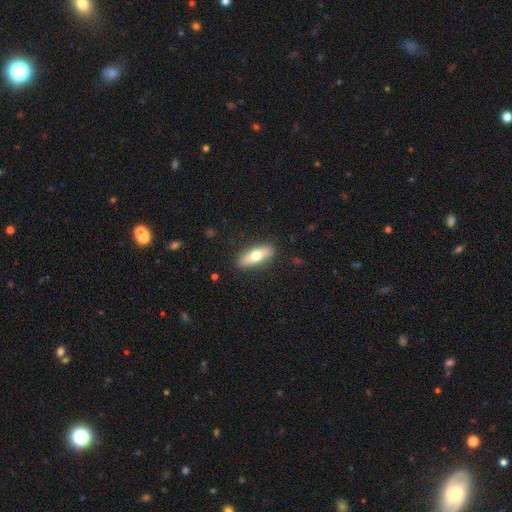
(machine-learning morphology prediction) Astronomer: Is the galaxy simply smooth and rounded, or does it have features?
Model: smooth — 65%.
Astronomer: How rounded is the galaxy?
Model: in between — 63%.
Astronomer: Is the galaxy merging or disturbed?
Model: none — 88%.